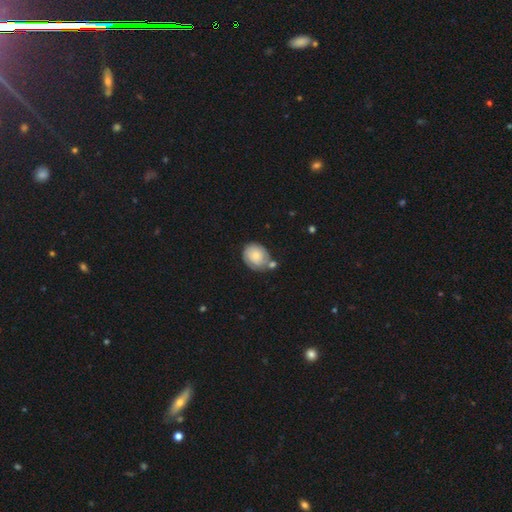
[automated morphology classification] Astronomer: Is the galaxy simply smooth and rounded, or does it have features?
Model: smooth — 56% (runner-up: featured or disk, 37%).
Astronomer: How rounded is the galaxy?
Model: round — 52% (runner-up: in between, 47%).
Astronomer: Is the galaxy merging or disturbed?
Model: none — 52%.